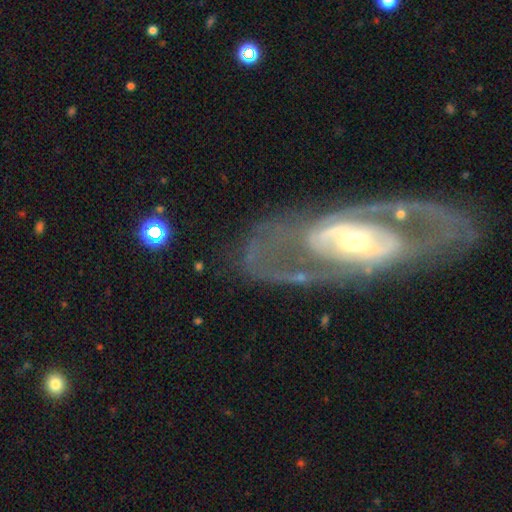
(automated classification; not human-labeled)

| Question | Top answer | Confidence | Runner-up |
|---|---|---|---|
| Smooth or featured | featured or disk | 80% | smooth (13%) |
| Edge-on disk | no | 91% | yes (9%) |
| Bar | no | 47% | weak (30%) |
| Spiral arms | yes | 76% | no (24%) |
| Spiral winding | tight | 39% | tied: medium (39%) |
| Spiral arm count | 2 | 62% | can't tell (21%) |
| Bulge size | moderate | 47% | small (44%) |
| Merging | none | 58% | major disturbance (21%) |